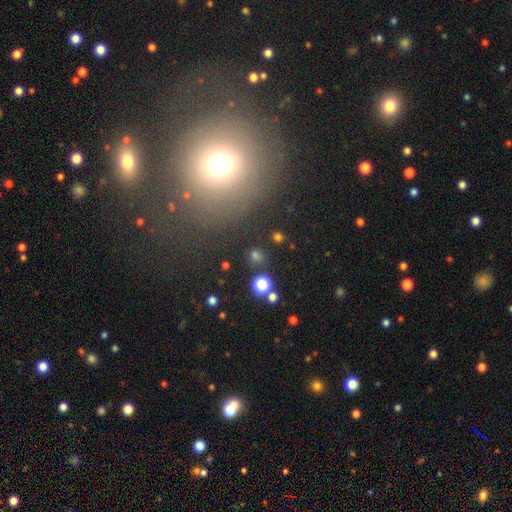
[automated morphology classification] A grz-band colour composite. It shows a smooth galaxy with no disk features (73%) that is round (89%). Merging: none (88%).